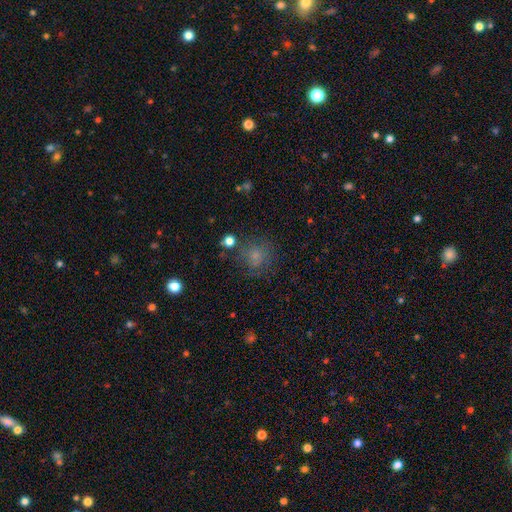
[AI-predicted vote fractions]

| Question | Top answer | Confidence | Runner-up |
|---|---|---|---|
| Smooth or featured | smooth | 71% | star or artifact (17%) |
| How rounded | round | 88% | in between (11%) |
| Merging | none | 72% | minor disturbance (15%) |